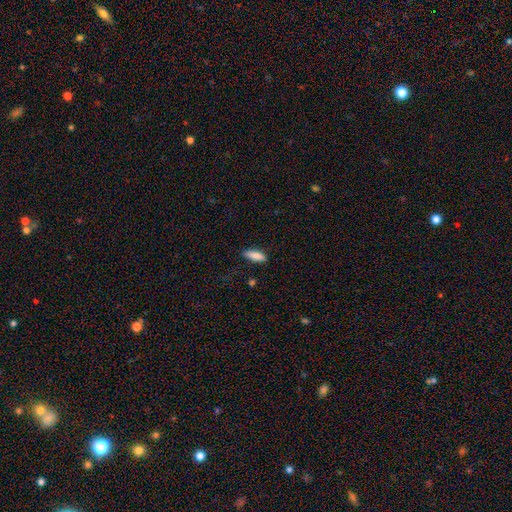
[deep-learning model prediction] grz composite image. It shows a smooth galaxy with no disk features (85%) that is in between round and cigar-shaped (57%). Merging: none (81%).